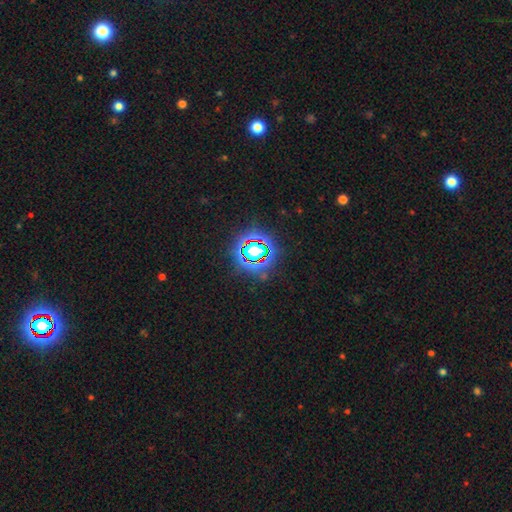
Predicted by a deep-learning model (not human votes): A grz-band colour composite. It shows a star or artifact, not a galaxy (79%).